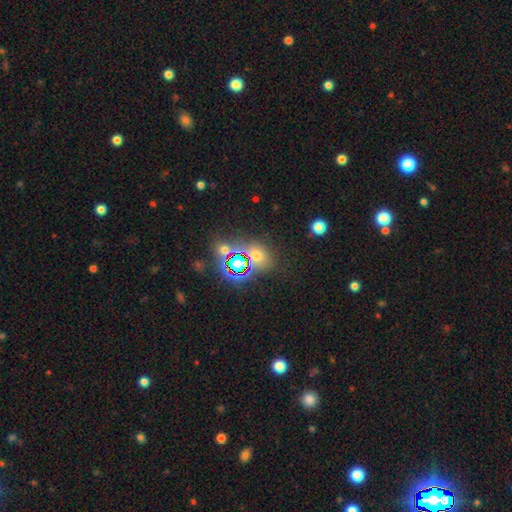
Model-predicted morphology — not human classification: This appears to be a smooth galaxy with no disk features (50%). Merging: none (71%).